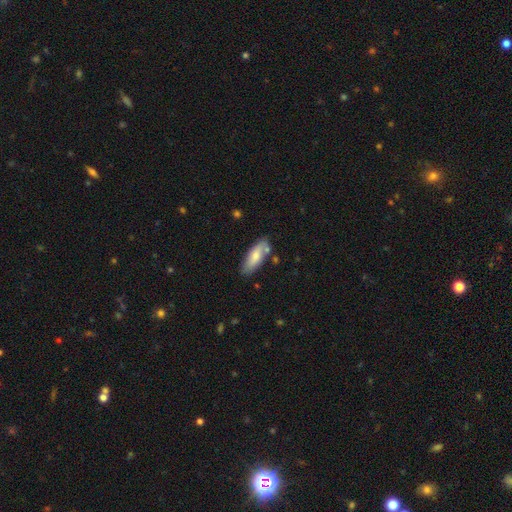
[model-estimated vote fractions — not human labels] This is likely a smooth galaxy (69%). How rounded: likely in between (65%). Merging: likely none (73%).